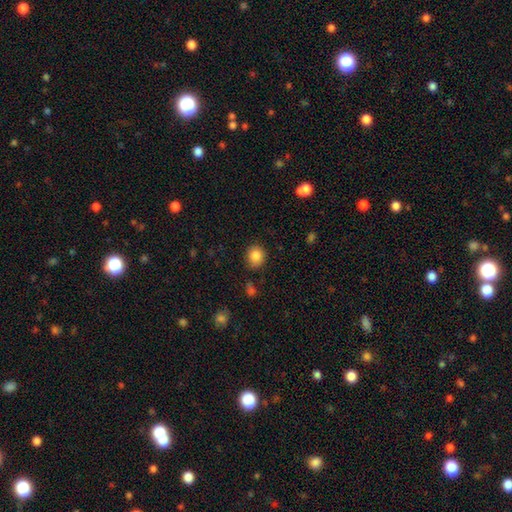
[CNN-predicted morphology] Q: Smooth or featured?
A: smooth (85%); runner-up: star or artifact (10%)
Q: How rounded?
A: round (78%); runner-up: in between (21%)
Q: Merging?
A: none (82%); runner-up: minor disturbance (13%)